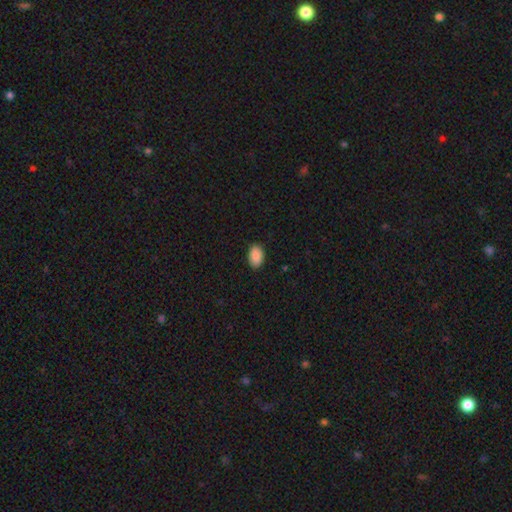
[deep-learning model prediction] Q: Smooth or featured?
A: smooth (90%); runner-up: star or artifact (7%)
Q: How rounded?
A: in between (89%); runner-up: round (10%)
Q: Merging?
A: none (88%); runner-up: minor disturbance (9%)